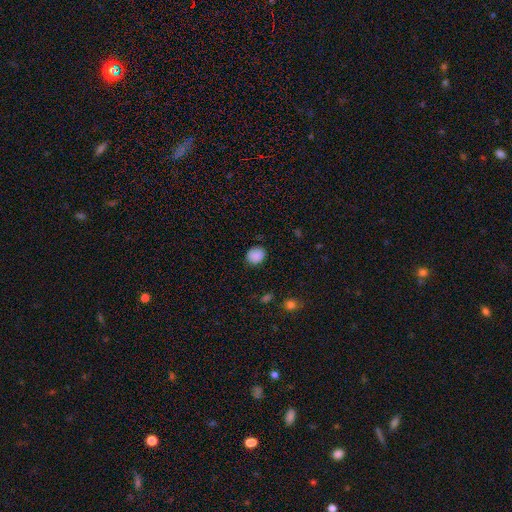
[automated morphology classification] smooth_or_featured: smooth (p=0.88) [alt: star or artifact p=0.09]
how_rounded: round (p=0.70) [alt: in between p=0.29]
merging: none (p=0.84) [alt: minor disturbance p=0.12]